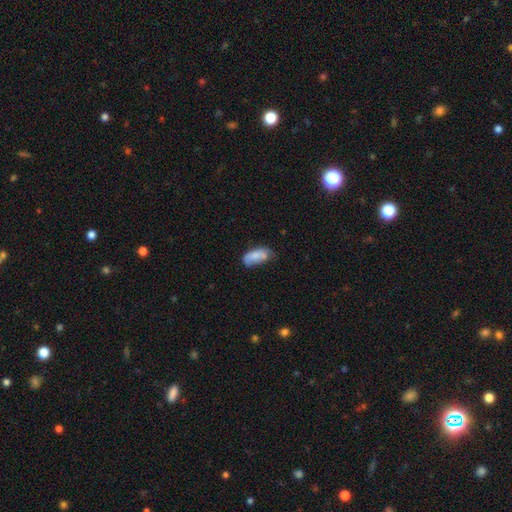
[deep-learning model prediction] smooth-or-featured: smooth: 76% | featured or disk: 17% | star or artifact: 7%
  how-rounded: in between: 88% | cigar-shaped: 9% | round: 2%
  merging: none: 49% | minor disturbance: 36% | major disturbance: 11% | merger: 4%